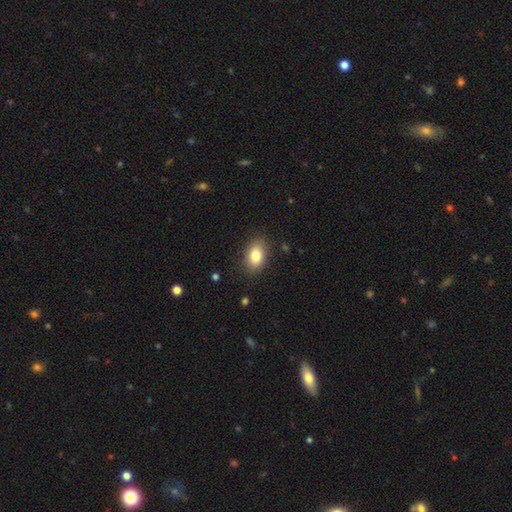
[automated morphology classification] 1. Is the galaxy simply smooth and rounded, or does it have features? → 82% smooth, 10% featured or disk, 8% star or artifact.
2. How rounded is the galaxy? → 85% in between, 13% round, 1% cigar-shaped.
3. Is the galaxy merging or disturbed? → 86% none, 10% minor disturbance, 3% major disturbance, 1% merger.